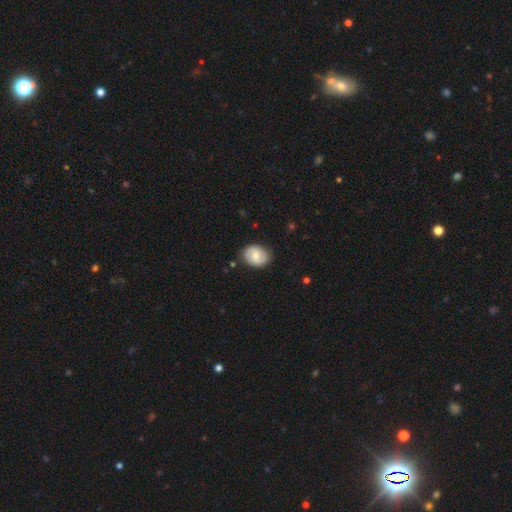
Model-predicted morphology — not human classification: smooth-or-featured: smooth: 56% | featured or disk: 38% | star or artifact: 7%
  how-rounded: in between: 54% | round: 45% | cigar-shaped: 1%
  merging: none: 83% | minor disturbance: 13% | major disturbance: 3% | merger: 1%